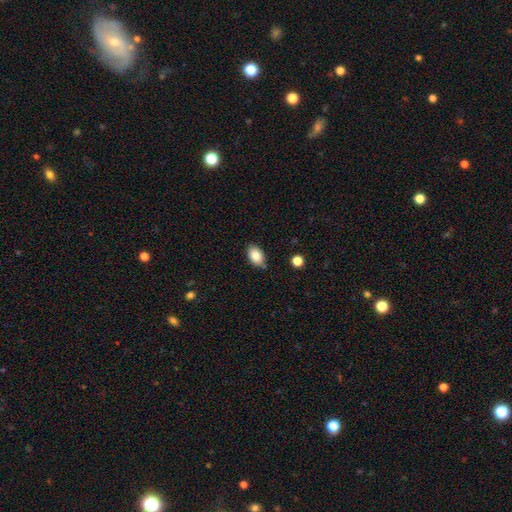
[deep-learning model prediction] The model was most divided on "merging": none: 81%, minor disturbance: 14%, major disturbance: 2%, merger: 2%. More confident: how rounded — in between (89%); smooth or featured — smooth (85%).